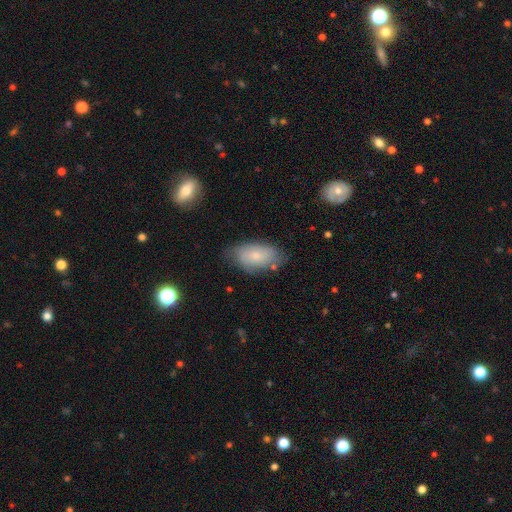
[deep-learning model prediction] smooth 71%, featured or disk 21%, star or artifact 7%. Down the decision tree: how rounded — in between (93%); merging — none (67%).